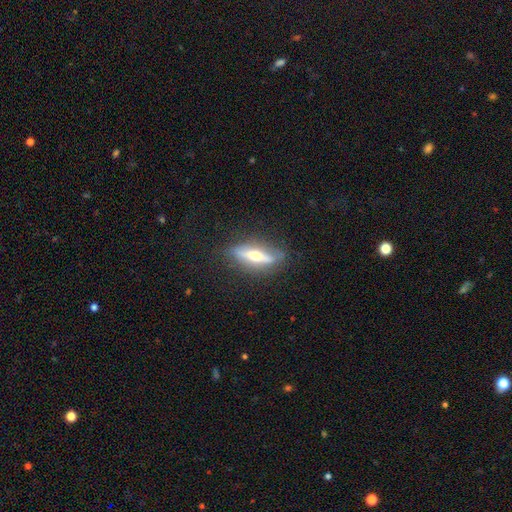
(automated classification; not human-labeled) A featured or disk galaxy (64%) viewed edge-on (82%) with a rounded central bulge (93%). Merging: none (80%).